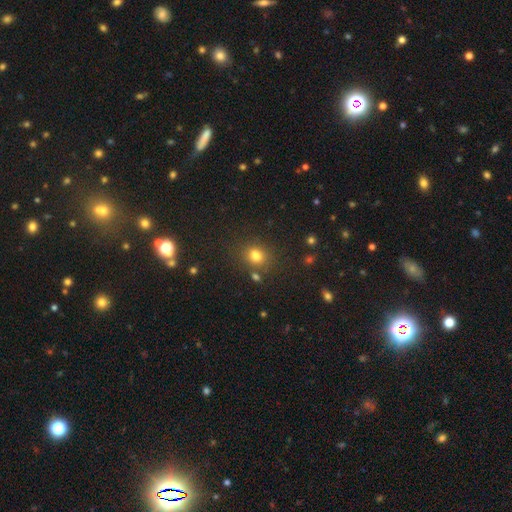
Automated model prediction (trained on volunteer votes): This appears to be a smooth galaxy with no disk features (77%) that is round (55%). Merging: none (72%).